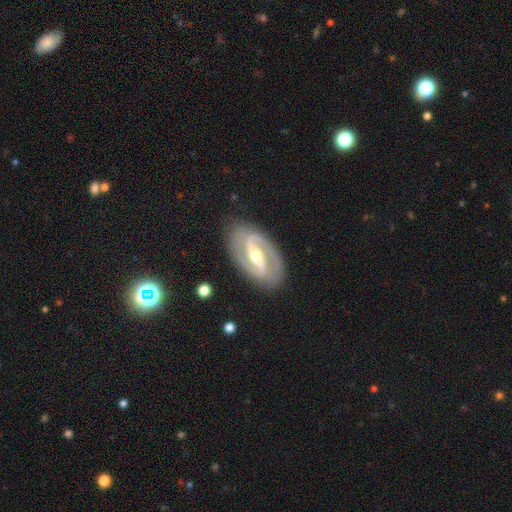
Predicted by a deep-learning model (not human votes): Smooth or featured?
  - featured or disk: 91% *
  - smooth: 5%
  - star or artifact: 4%
Edge-on disk?
  - no: 96% *
  - yes: 4%
Bar?
  - strong: 60% *
  - weak: 29%
  - no: 12%
Spiral arms?
  - yes: 97% *
  - no: 3%
Spiral winding?
  - medium: 52% *
  - tight: 33%
  - loose: 14%
Spiral arm count?
  - 2: 93% *
  - can't tell: 2%
  - 3: 1%
  - 1: 1%
  - 4: 1%
  - more than 4: 1%
Bulge size?
  - moderate: 60% *
  - small: 35%
  - large: 3%
  - none: 1%
  - dominant: 1%
Merging?
  - none: 85% *
  - minor disturbance: 11%
  - major disturbance: 3%
  - merger: 1%